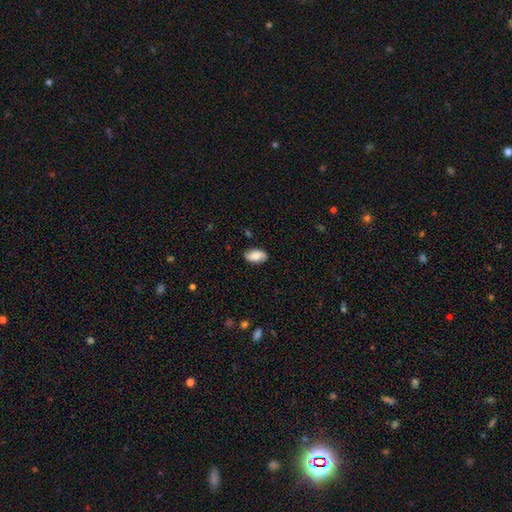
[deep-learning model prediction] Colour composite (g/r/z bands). It shows a smooth galaxy with no disk features (75%) that is in between round and cigar-shaped (93%). Merging: none (83%).